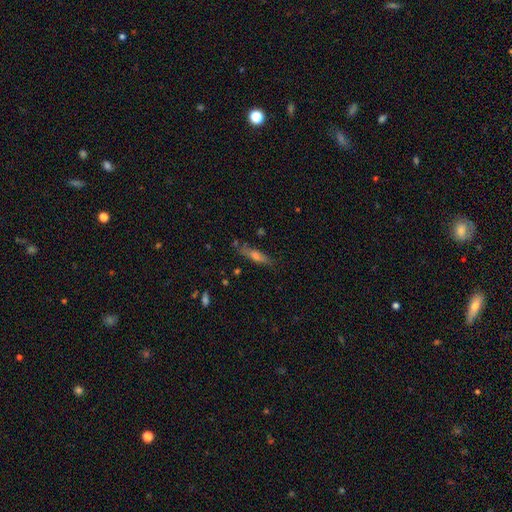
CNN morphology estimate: This is possibly a featured or disk galaxy (49%). Merging: likely none (77%).